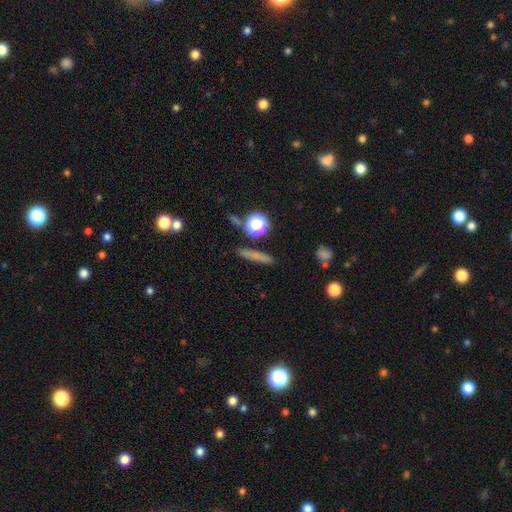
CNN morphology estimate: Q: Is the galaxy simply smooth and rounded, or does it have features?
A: smooth — 67%.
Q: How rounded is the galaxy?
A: cigar-shaped — 82%.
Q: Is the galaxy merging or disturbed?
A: none — 86%.